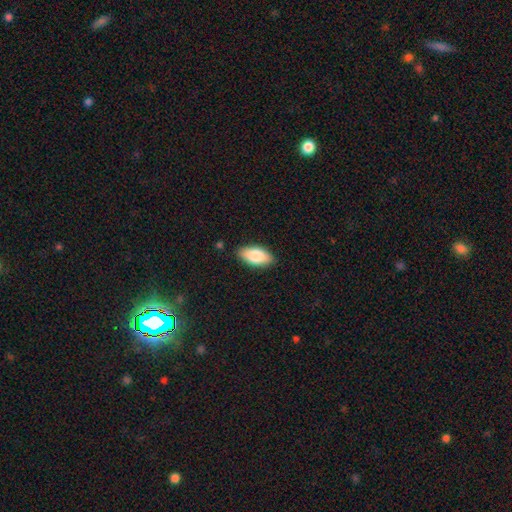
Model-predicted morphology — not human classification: A smooth galaxy with no disk features (83%) that is in between round and cigar-shaped (92%).

Vote fractions:
- Smooth or featured? smooth: 83% / featured or disk: 10% / star or artifact: 6%
- How rounded? in between: 92% / cigar-shaped: 6% / round: 2%
- Merging? none: 86% / minor disturbance: 11% / major disturbance: 2% / merger: 1%